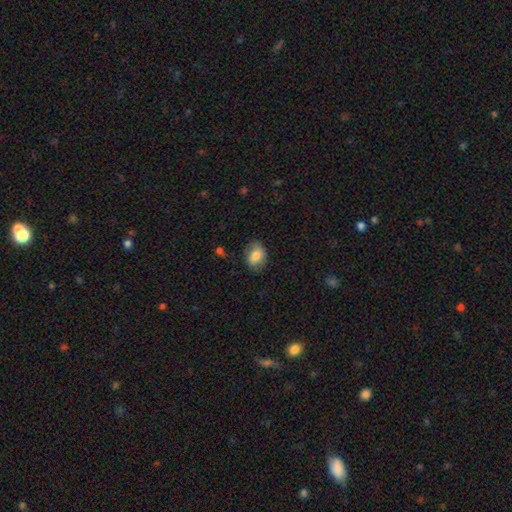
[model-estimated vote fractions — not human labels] Smooth or featured?
  - smooth: 79% *
  - featured or disk: 13%
  - star or artifact: 8%
How rounded?
  - in between: 73% *
  - round: 26%
  - cigar-shaped: 1%
Merging?
  - none: 77% *
  - minor disturbance: 17%
  - major disturbance: 4%
  - merger: 1%